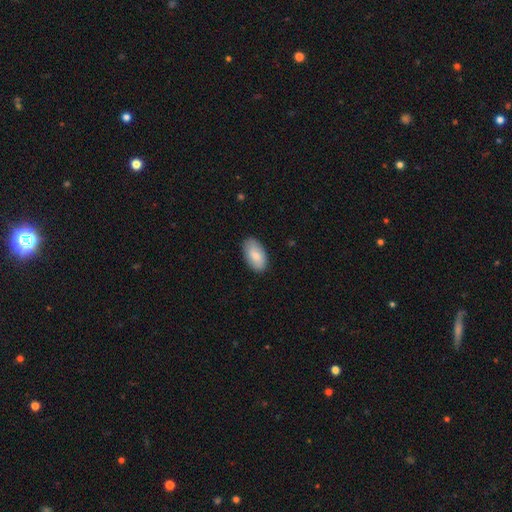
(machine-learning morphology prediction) This is likely a smooth galaxy (79%). How rounded: clearly in between (95%). Merging: clearly none (85%).